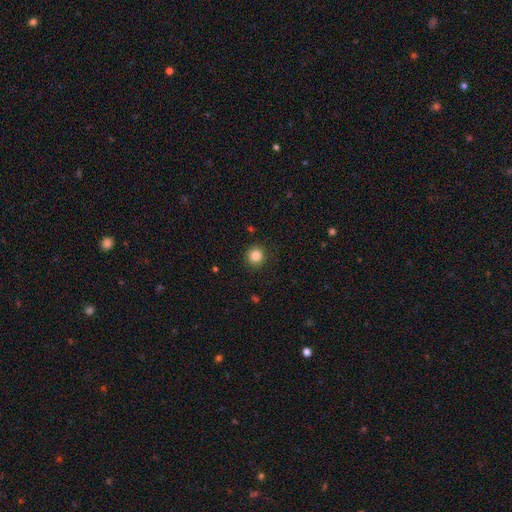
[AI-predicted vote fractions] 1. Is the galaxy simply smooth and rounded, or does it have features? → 85% smooth, 11% star or artifact, 5% featured or disk.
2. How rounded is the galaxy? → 92% round, 7% in between, 1% cigar-shaped.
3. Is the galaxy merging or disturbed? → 89% none, 7% minor disturbance, 2% major disturbance, 1% merger.